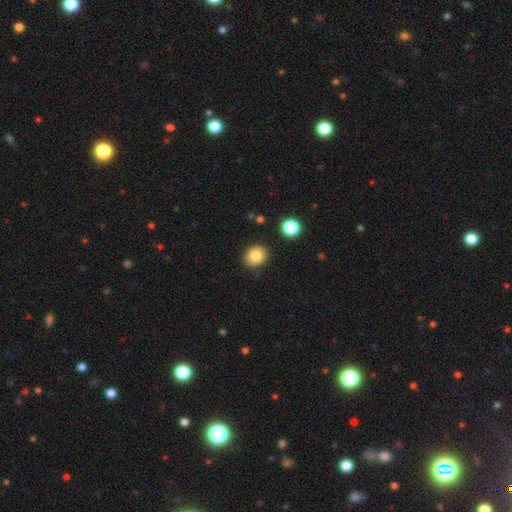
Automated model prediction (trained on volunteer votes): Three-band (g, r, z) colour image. It shows a smooth galaxy with no disk features (84%) that is round (64%). Merging: none (87%).